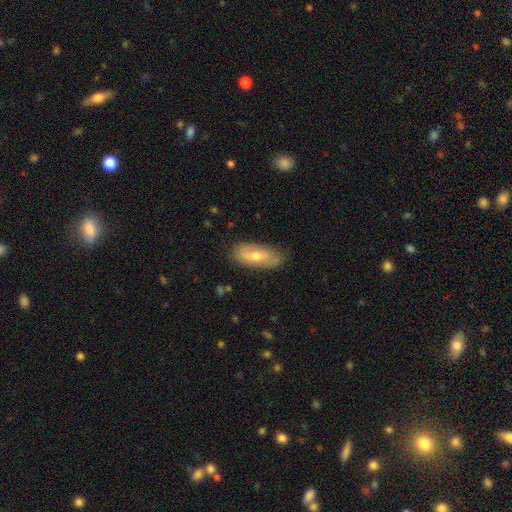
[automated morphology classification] Smooth or featured: smooth — 52% (featured or disk — 41%)
How rounded: in between — 78% (cigar-shaped — 19%)
Merging: none — 79% (minor disturbance — 16%)